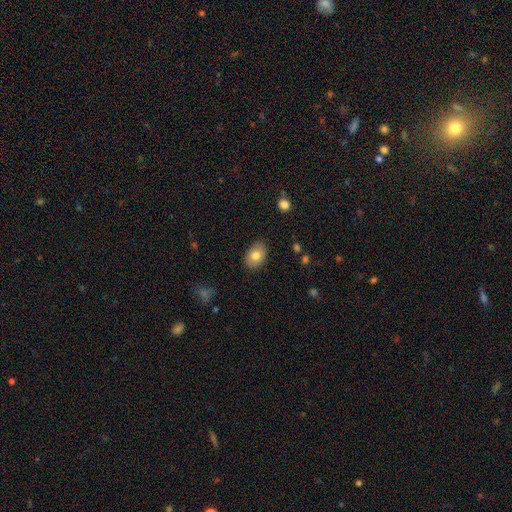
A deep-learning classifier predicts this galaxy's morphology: A smooth galaxy with no disk features (79%) that is in between round and cigar-shaped (78%). Merging: none (84%).